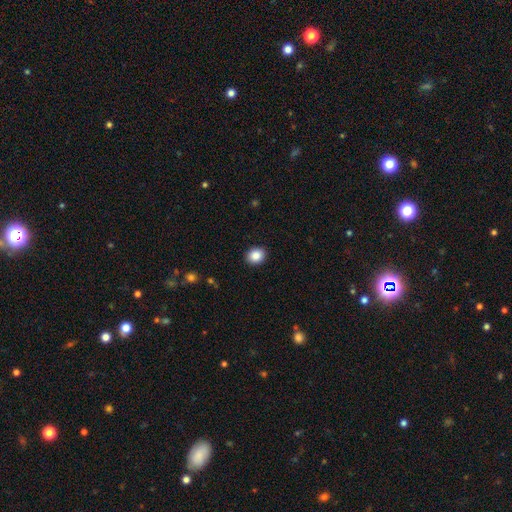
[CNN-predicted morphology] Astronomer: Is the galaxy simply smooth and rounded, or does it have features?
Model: smooth — 87%.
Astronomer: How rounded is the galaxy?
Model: round — 67%.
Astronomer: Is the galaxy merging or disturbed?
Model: none — 92%.